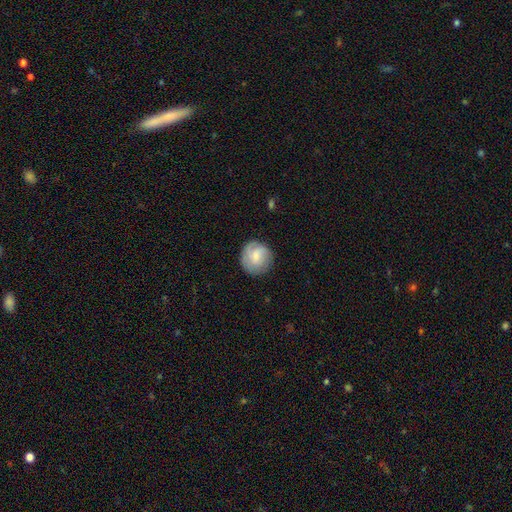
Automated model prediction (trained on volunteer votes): The model was most divided on "smooth or featured": smooth: 62%, featured or disk: 31%, star or artifact: 7%. More confident: how rounded — round (88%); merging — none (79%).